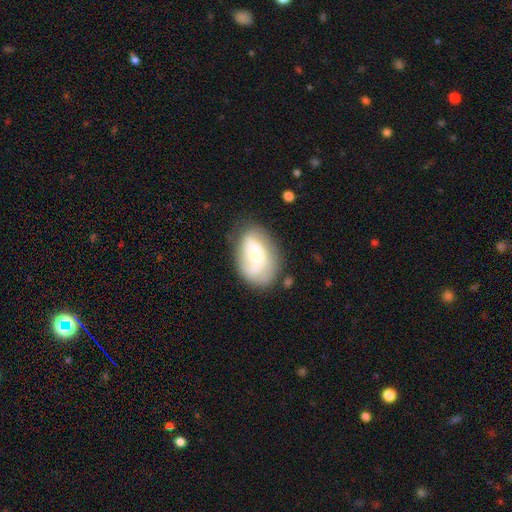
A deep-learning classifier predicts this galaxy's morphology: Q: Smooth or featured?
A: smooth (47%); runner-up: featured or disk (45%)
Q: Merging?
A: none (58%); runner-up: minor disturbance (25%)